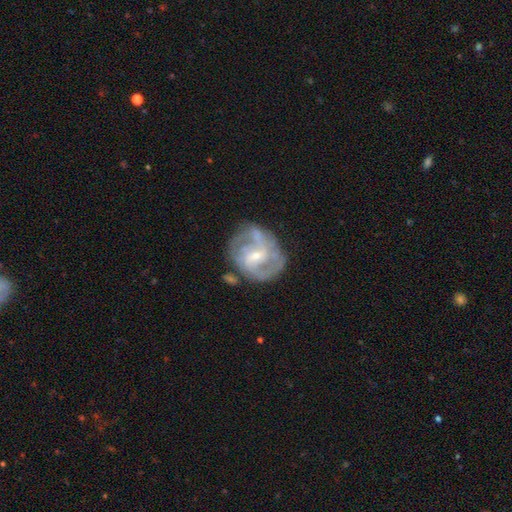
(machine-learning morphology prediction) A featured or disk galaxy (81%) with a weak bar (50%), 2 (42%) medium (44%) spiral arms (87%) and a small central bulge (69%).

Vote fractions:
- Smooth or featured? featured or disk: 81% / smooth: 13% / star or artifact: 7%
- Edge-on disk? no: 97% / yes: 3%
- Bar? weak: 50% / no: 34% / strong: 16%
- Spiral arms? yes: 87% / no: 13%
- Spiral winding? medium: 44% / tight: 37% / loose: 19%
- Spiral arm count? 2: 42% / can't tell: 28% / 3: 16% / 4: 5% / 1: 4% / more than 4: 4%
- Bulge size? small: 69% / moderate: 26% / none: 3% / large: 1% / dominant: 1%
- Merging? none: 61% / minor disturbance: 21% / major disturbance: 13% / merger: 5%